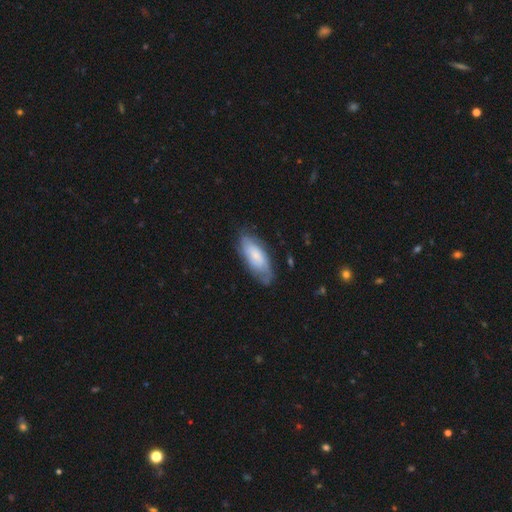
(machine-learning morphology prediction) smooth 56%, featured or disk 38%, star or artifact 6%. Down the decision tree: how rounded — in between (79%); merging — none (67%).